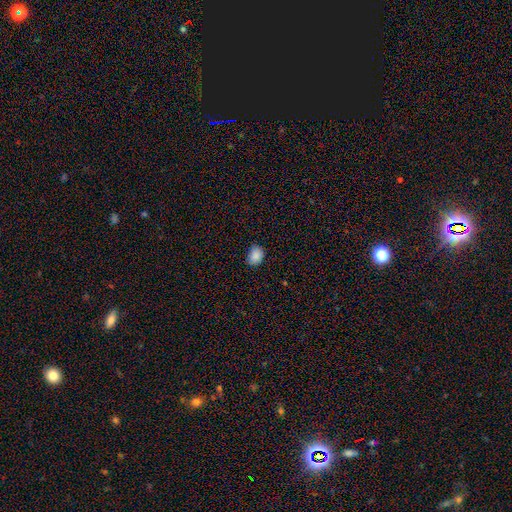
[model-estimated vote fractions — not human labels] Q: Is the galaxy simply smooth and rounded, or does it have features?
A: smooth — 86%.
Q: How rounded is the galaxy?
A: in between — 65%.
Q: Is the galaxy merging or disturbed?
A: none — 72%.